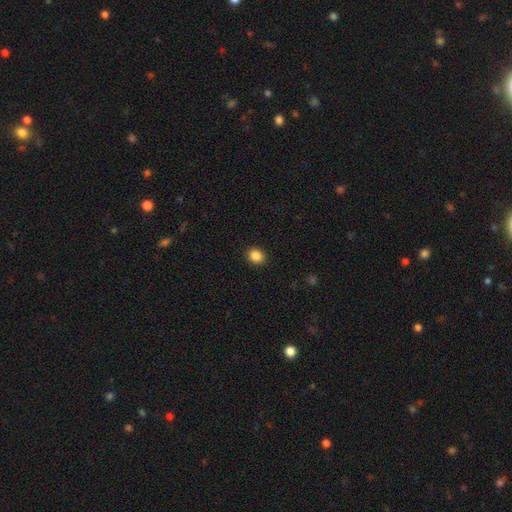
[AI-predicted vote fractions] A smooth galaxy with no disk features (86%) that is round (59%). Merging: none (91%).